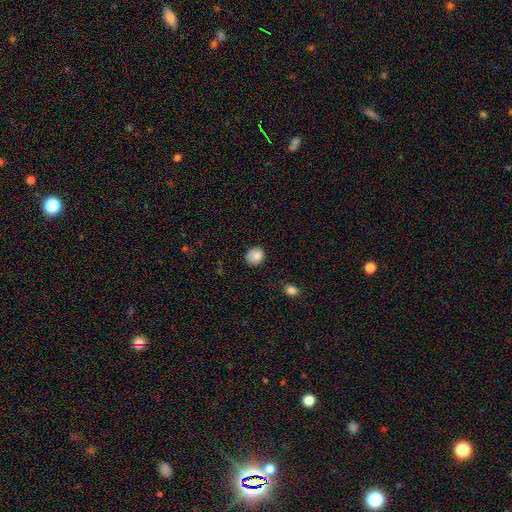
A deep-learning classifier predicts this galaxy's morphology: type=smooth (86%); roundness=round (82%); merging=none (82%).